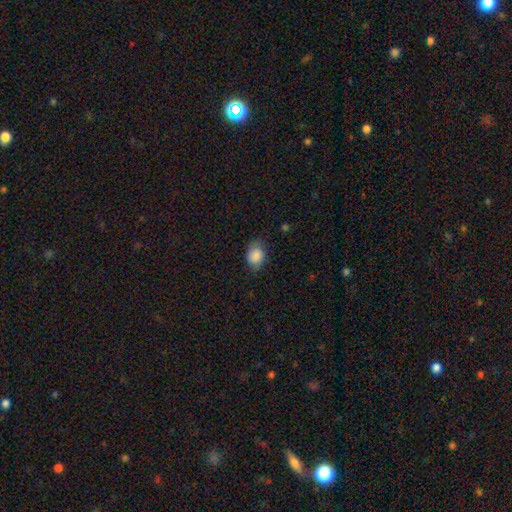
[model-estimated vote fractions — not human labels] Smooth or featured?
  - smooth: 85% *
  - star or artifact: 8%
  - featured or disk: 7%
How rounded?
  - in between: 73% *
  - round: 26%
  - cigar-shaped: 1%
Merging?
  - none: 68% *
  - minor disturbance: 25%
  - major disturbance: 6%
  - merger: 1%